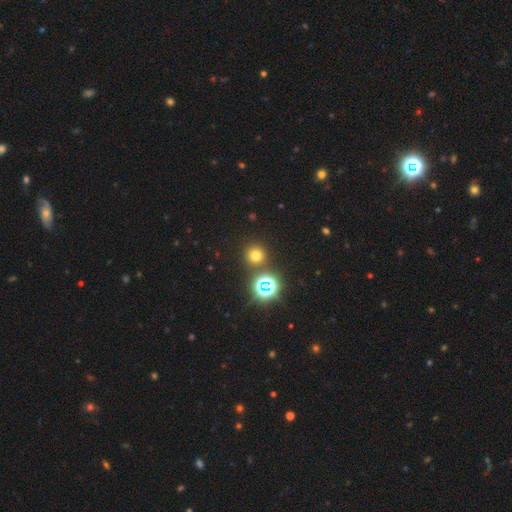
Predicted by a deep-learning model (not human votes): Smooth or featured? smooth (65%)
How rounded? round (94%)
Merging? none (86%)